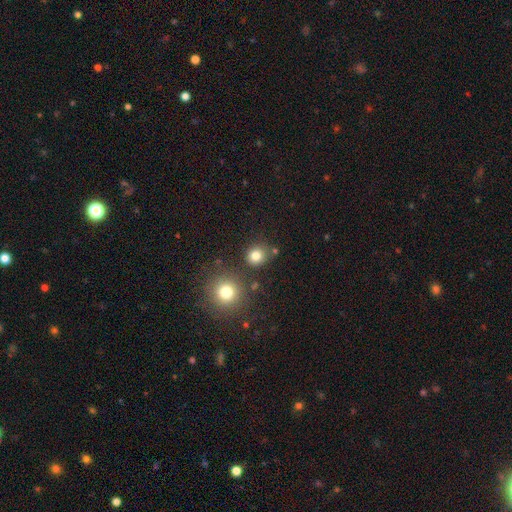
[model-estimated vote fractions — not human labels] Morphology: type=smooth (79%); roundness=round (89%); merging=none (82%).